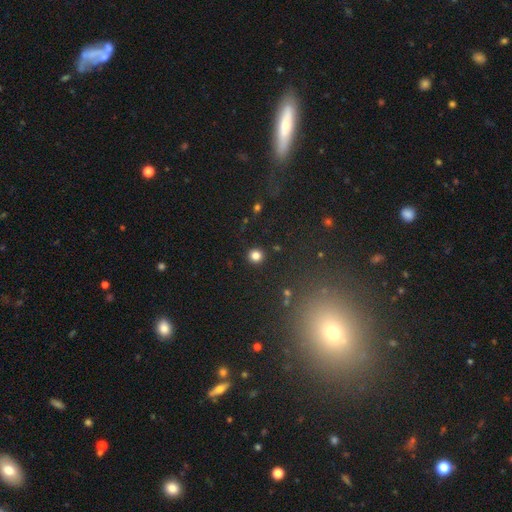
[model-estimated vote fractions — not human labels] Q: Smooth or featured?
A: smooth (83%); runner-up: star or artifact (13%)
Q: How rounded?
A: round (93%); runner-up: in between (6%)
Q: Merging?
A: none (92%); runner-up: minor disturbance (5%)